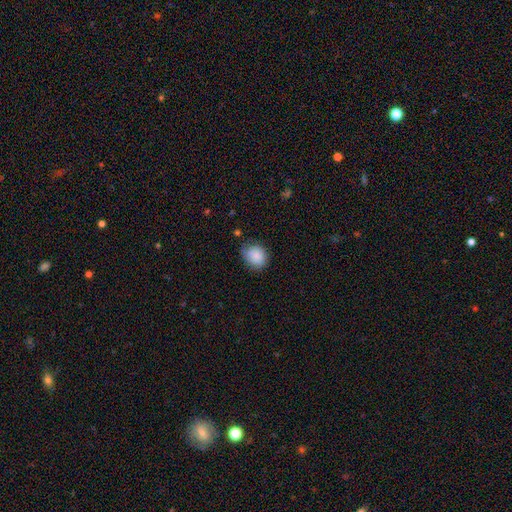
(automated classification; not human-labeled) A smooth galaxy with no disk features (86%) that is round (55%).

Vote fractions:
- Smooth or featured? smooth: 86% / star or artifact: 7% / featured or disk: 6%
- How rounded? round: 55% / in between: 44% / cigar-shaped: 1%
- Merging? none: 70% / minor disturbance: 23% / major disturbance: 5% / merger: 2%